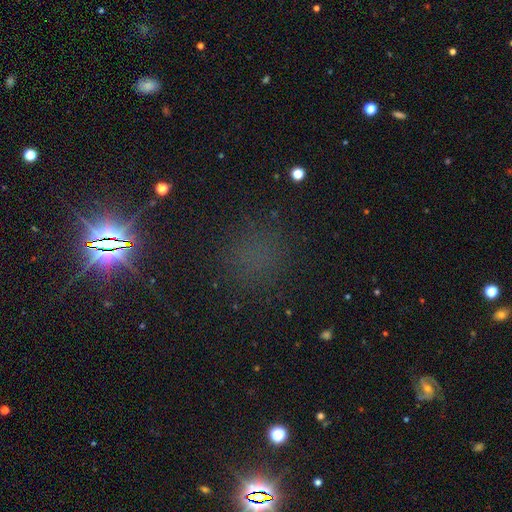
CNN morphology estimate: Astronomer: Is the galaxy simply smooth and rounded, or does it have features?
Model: star or artifact — 55% (runner-up: smooth, 38%).